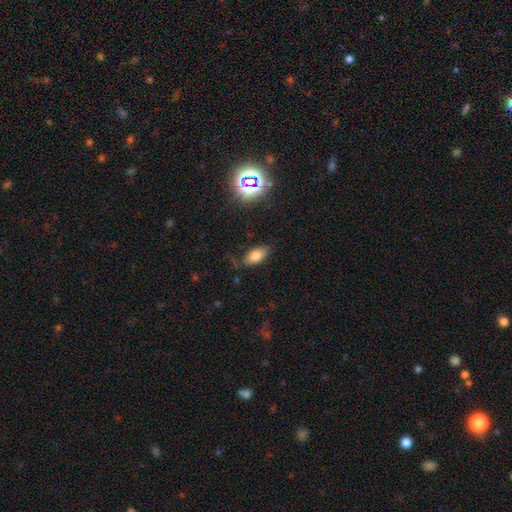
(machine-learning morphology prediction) Smooth or featured? smooth (75%)
How rounded? in between (90%)
Merging? none (78%)